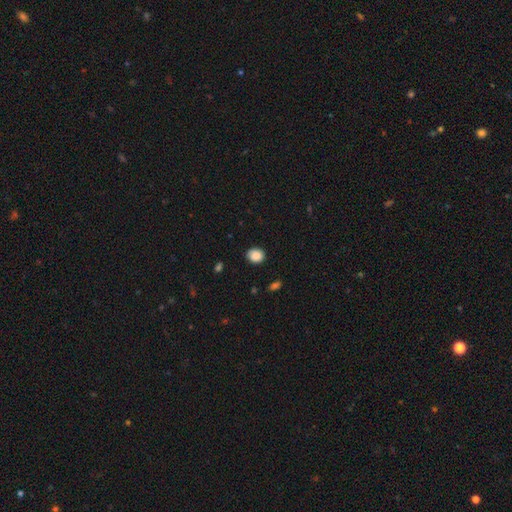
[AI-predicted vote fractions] smooth-or-featured: smooth: 88% | star or artifact: 8% | featured or disk: 4%
  how-rounded: round: 63% | in between: 36% | cigar-shaped: 1%
  merging: none: 84% | minor disturbance: 12% | major disturbance: 2% | merger: 1%